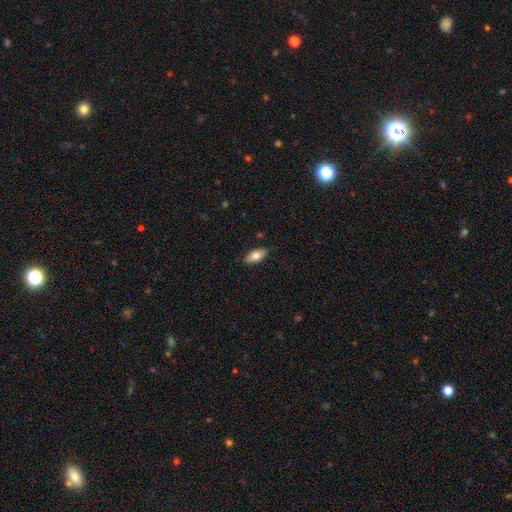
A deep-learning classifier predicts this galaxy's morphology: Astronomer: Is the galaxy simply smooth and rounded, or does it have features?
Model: smooth — 79%.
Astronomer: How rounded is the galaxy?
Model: in between — 89%.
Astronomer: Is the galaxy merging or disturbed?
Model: none — 82%.